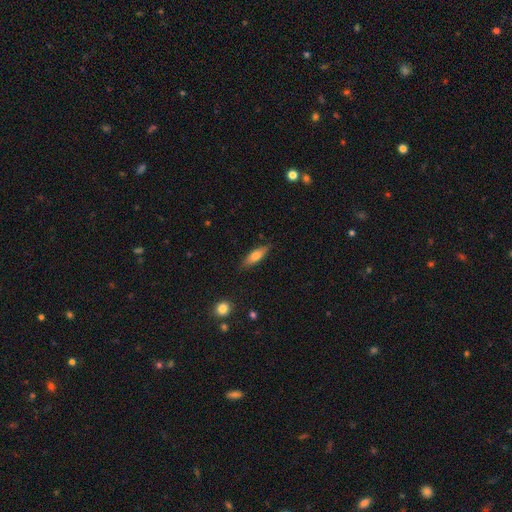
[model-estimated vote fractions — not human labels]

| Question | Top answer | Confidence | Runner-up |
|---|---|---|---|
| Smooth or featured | smooth | 72% | featured or disk (22%) |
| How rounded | cigar-shaped | 51% | in between (46%) |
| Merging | none | 83% | minor disturbance (13%) |